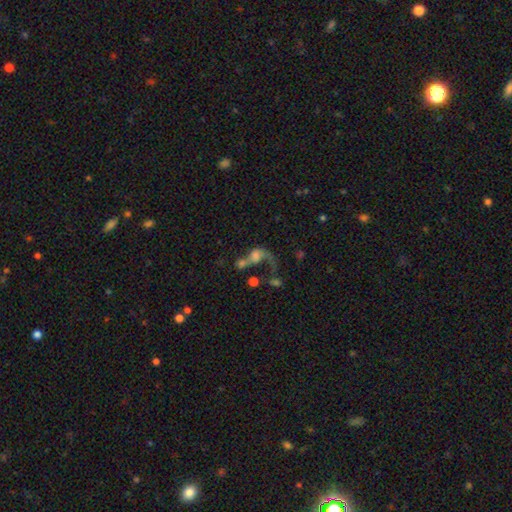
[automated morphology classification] Smooth or featured? Predicted: featured or disk (p=0.46). Merging? Predicted: merger (p=0.48).